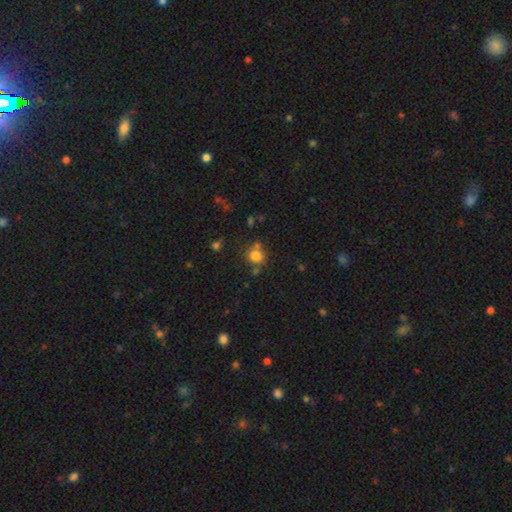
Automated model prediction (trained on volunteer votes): Smooth or featured? smooth (78%)
How rounded? round (80%)
Merging? none (64%)